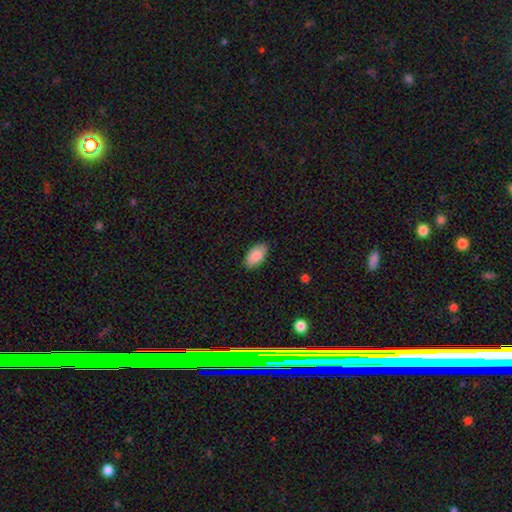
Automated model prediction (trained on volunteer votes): This appears to be a smooth galaxy with no disk features (86%) that is in between round and cigar-shaped (95%). Merging: none (85%).